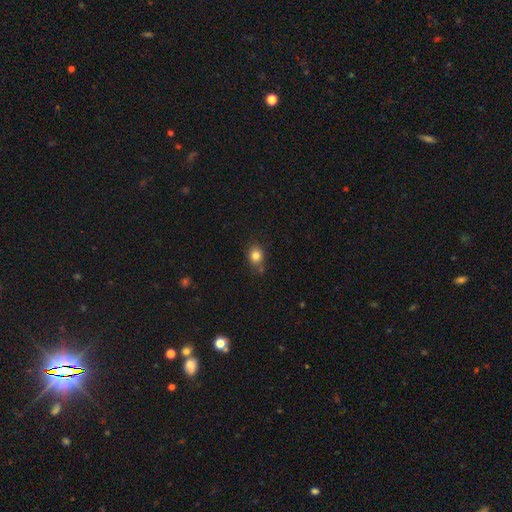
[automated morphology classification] smooth_or_featured: smooth (p=0.82) [alt: star or artifact p=0.11]
how_rounded: round (p=0.66) [alt: in between p=0.33]
merging: none (p=0.72) [alt: minor disturbance p=0.17]